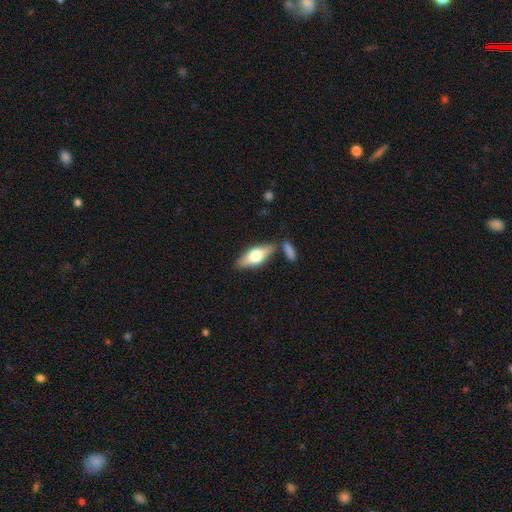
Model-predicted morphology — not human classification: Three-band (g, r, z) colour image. It shows a featured or disk galaxy (48%). Merging: none (75%).